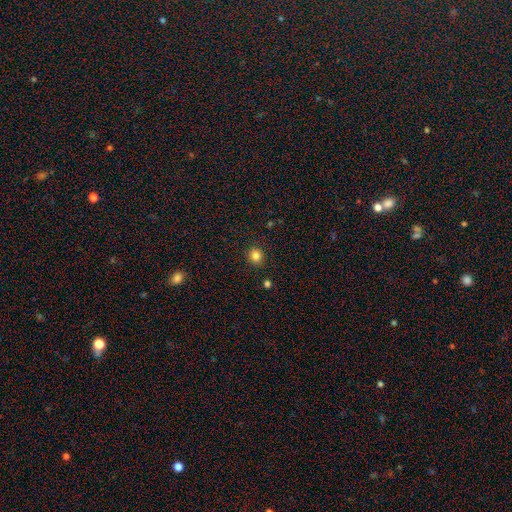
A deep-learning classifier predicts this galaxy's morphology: This appears to be a smooth galaxy with no disk features (83%) that is round (86%). Merging: none (91%).